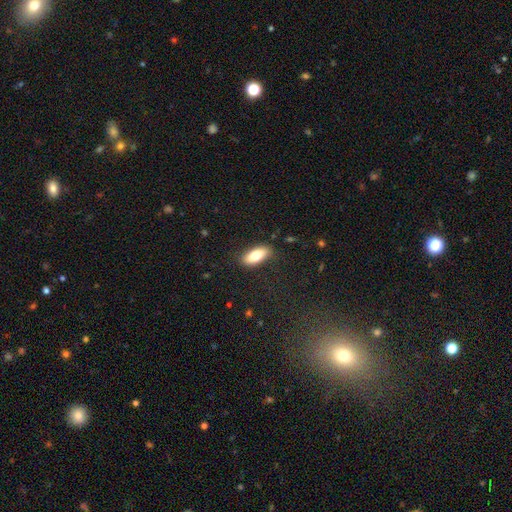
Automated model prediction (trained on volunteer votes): Smooth or featured? Predicted: smooth (p=0.79). How rounded? Predicted: in between (p=0.84). Merging? Predicted: none (p=0.85).